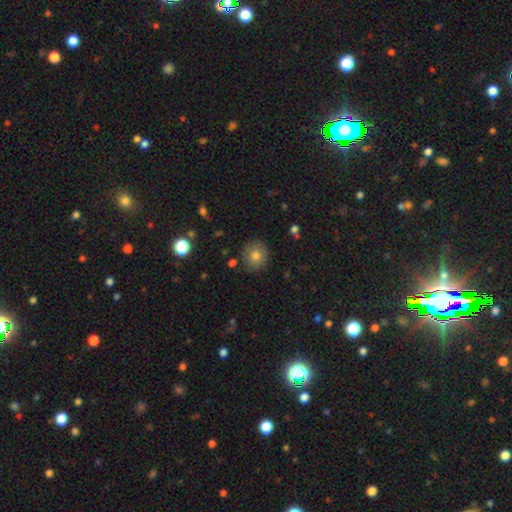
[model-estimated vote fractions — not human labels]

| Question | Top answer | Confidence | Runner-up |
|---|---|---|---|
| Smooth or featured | smooth | 79% | star or artifact (11%) |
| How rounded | round | 87% | in between (12%) |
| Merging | none | 87% | minor disturbance (9%) |